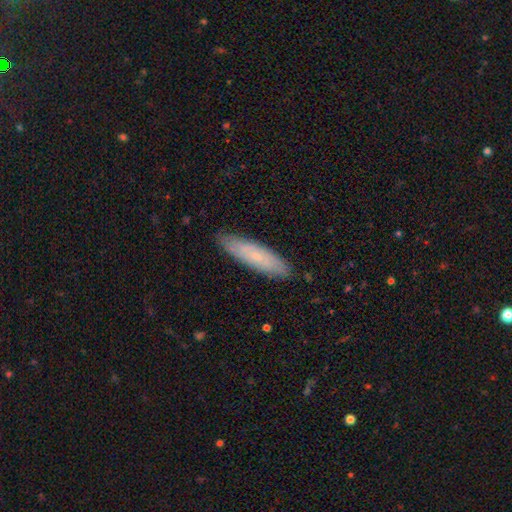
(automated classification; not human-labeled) The model was most divided on "smooth or featured": smooth: 51%, featured or disk: 42%, star or artifact: 7%. More confident: merging — none (84%); how rounded — cigar-shaped (68%).